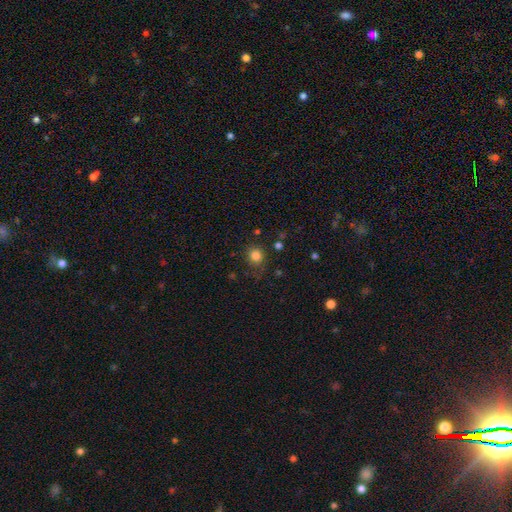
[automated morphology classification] A smooth galaxy with no disk features (82%) that is round (83%). Merging: none (78%).